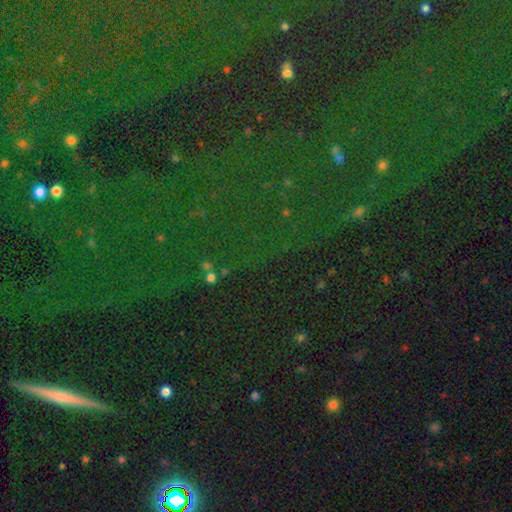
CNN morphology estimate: type=star or artifact (80%).